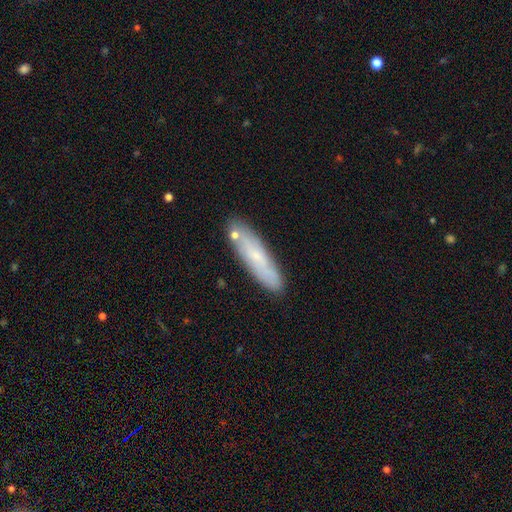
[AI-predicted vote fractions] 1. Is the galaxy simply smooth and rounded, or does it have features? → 58% smooth, 35% featured or disk, 7% star or artifact.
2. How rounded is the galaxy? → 77% cigar-shaped, 22% in between, 2% round.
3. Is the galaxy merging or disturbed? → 81% none, 12% minor disturbance, 5% merger, 2% major disturbance.